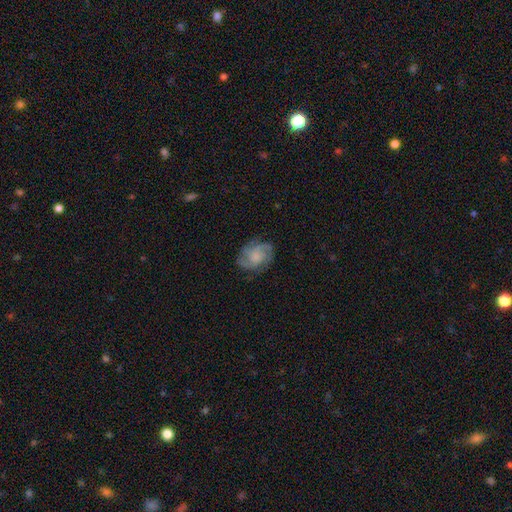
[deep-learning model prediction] smooth_or_featured: featured or disk (p=0.69) [alt: smooth p=0.24]
disk_edge_on: no (p=0.97) [alt: yes p=0.03]
bar: no (p=0.73) [alt: weak p=0.23]
has_spiral_arms: yes (p=0.93) [alt: no p=0.07]
spiral_winding: medium (p=0.46) [alt: tight p=0.39]
spiral_arm_count: 3 (p=0.34) [alt: 2 p=0.31]
bulge_size: moderate (p=0.31) [alt: none p=0.27]
merging: none (p=0.74) [alt: minor disturbance p=0.17]